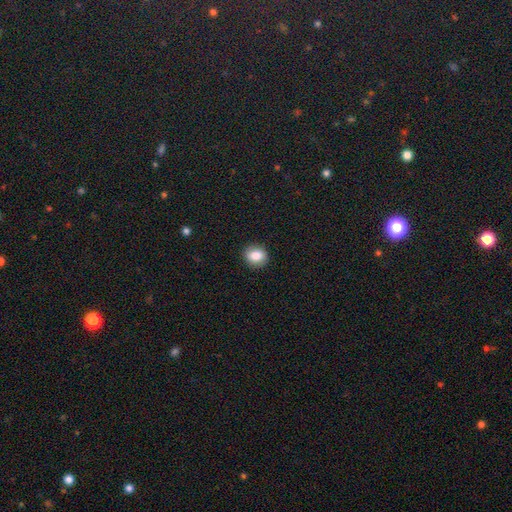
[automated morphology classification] Q: Smooth or featured?
A: smooth (84%); runner-up: star or artifact (9%)
Q: How rounded?
A: round (59%); runner-up: in between (40%)
Q: Merging?
A: none (88%); runner-up: minor disturbance (8%)